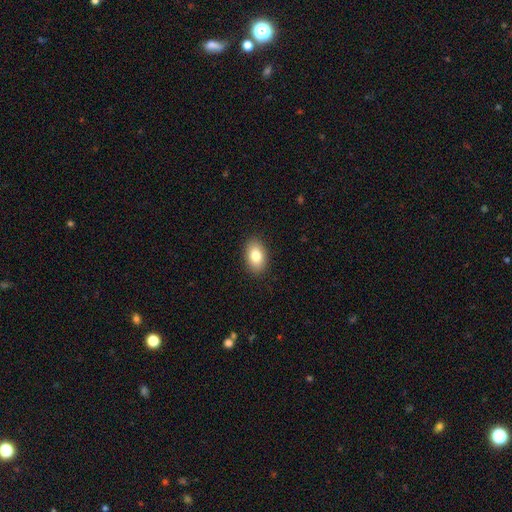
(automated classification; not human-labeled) This is clearly a smooth galaxy (82%). How rounded: clearly in between (88%). Merging: clearly none (89%).